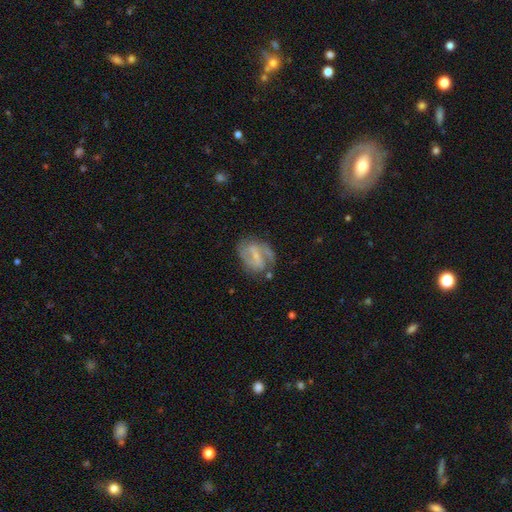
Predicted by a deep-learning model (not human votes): smooth_or_featured: featured or disk (p=0.79) [alt: smooth p=0.15]
disk_edge_on: no (p=0.97) [alt: yes p=0.03]
bar: weak (p=0.47) [alt: strong p=0.36]
has_spiral_arms: yes (p=0.90) [alt: no p=0.10]
spiral_winding: medium (p=0.50) [alt: tight p=0.27]
spiral_arm_count: 2 (p=0.78) [alt: can't tell p=0.10]
bulge_size: small (p=0.63) [alt: moderate p=0.19]
merging: none (p=0.65) [alt: minor disturbance p=0.20]